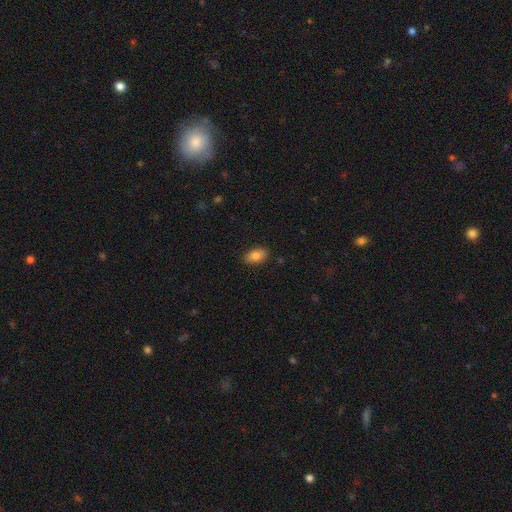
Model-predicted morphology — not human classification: smooth-or-featured: smooth: 85% | star or artifact: 8% | featured or disk: 7%
  how-rounded: in between: 92% | round: 5% | cigar-shaped: 3%
  merging: none: 88% | minor disturbance: 9% | major disturbance: 2% | merger: 1%